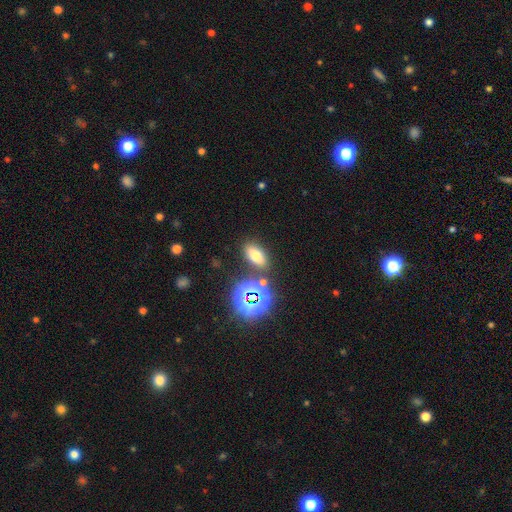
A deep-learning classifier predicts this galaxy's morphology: Smooth or featured: smooth — 60% (star or artifact — 28%)
How rounded: in between — 75% (round — 16%)
Merging: none — 79% (minor disturbance — 9%)